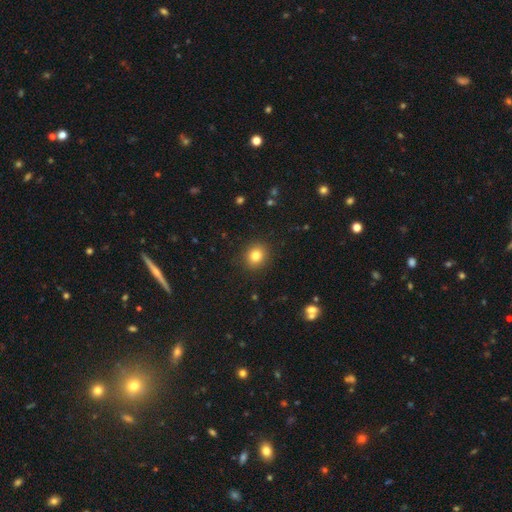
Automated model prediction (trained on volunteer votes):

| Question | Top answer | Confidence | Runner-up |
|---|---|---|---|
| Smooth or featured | smooth | 81% | star or artifact (12%) |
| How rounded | round | 80% | in between (19%) |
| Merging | none | 90% | minor disturbance (7%) |